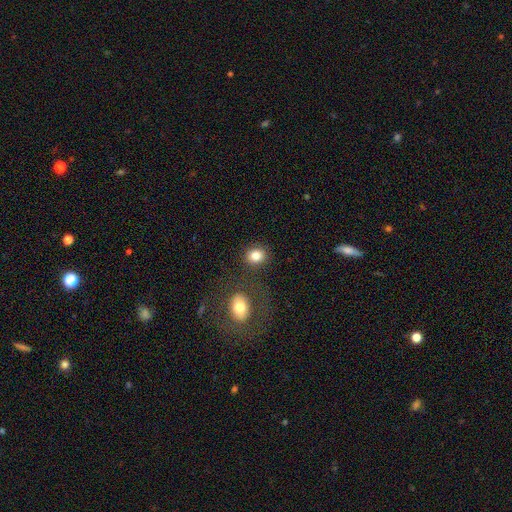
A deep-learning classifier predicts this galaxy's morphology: type=smooth (82%); roundness=round (67%); merging=none (77%).